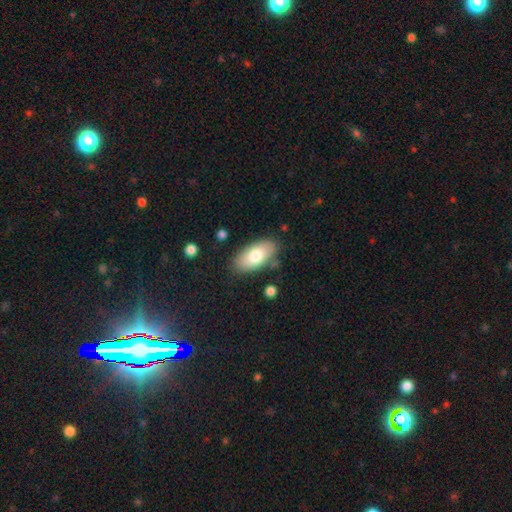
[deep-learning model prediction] Overall: smooth (76%). How rounded: in between (92%). Merging: none (80%).